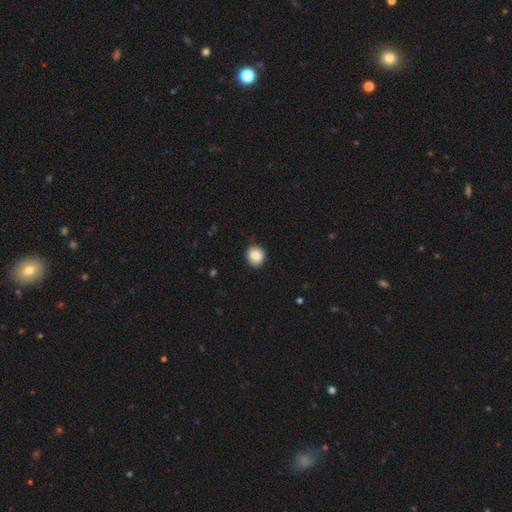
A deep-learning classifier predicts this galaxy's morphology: Overall: smooth (85%). How rounded: round (79%). Merging: none (85%).